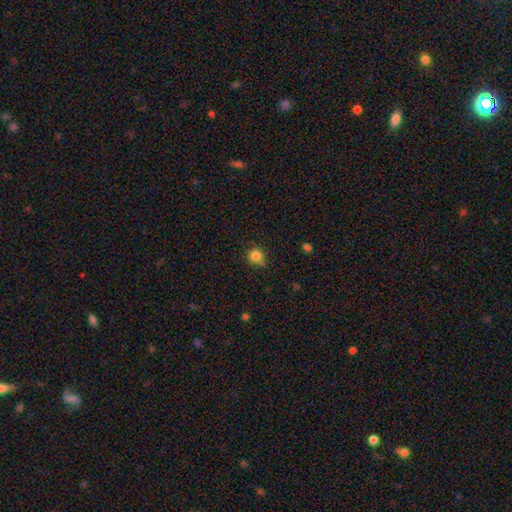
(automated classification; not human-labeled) This appears to be a smooth galaxy with no disk features (83%) that is round (91%). Merging: none (74%).